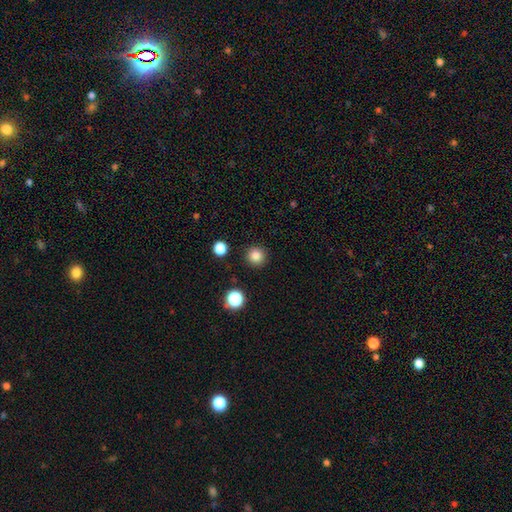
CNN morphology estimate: smooth-or-featured: smooth: 84% | star or artifact: 12% | featured or disk: 4%
  how-rounded: round: 95% | in between: 4% | cigar-shaped: 1%
  merging: none: 91% | minor disturbance: 5% | major disturbance: 2% | merger: 2%